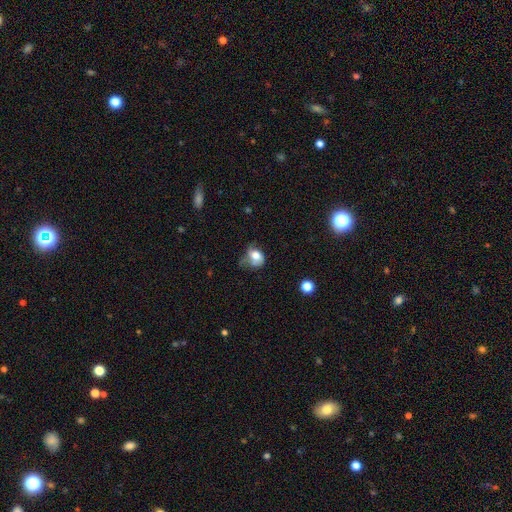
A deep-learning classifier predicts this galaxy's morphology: The model was most divided on "merging": minor disturbance: 33%, none: 29%, major disturbance: 29%, merger: 9%. More confident: smooth or featured — smooth (68%); how rounded — in between (61%).